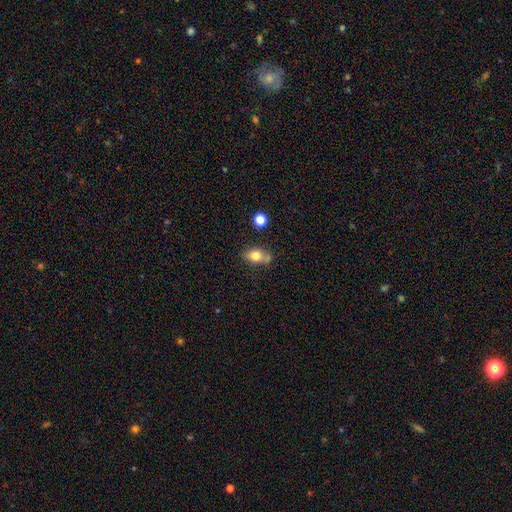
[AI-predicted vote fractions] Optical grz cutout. It shows a smooth galaxy with no disk features (77%) that is in between round and cigar-shaped (69%). Merging: none (59%).